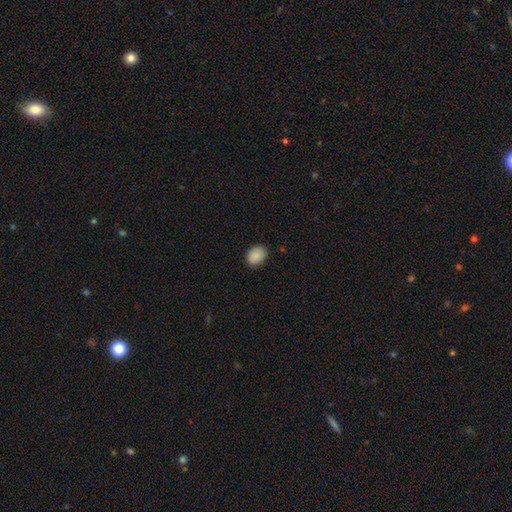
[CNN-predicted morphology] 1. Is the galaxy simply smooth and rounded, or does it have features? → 89% smooth, 8% star or artifact, 3% featured or disk.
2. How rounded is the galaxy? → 66% in between, 33% round, 1% cigar-shaped.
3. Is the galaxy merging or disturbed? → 82% none, 15% minor disturbance, 3% major disturbance, 1% merger.